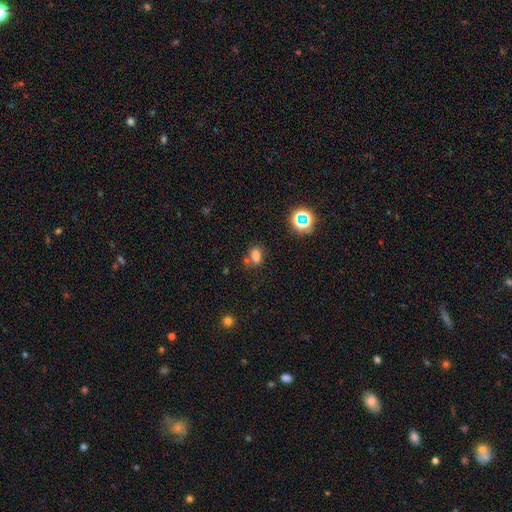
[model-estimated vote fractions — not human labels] Smooth or featured? smooth (72%)
How rounded? in between (76%)
Merging? none (61%)